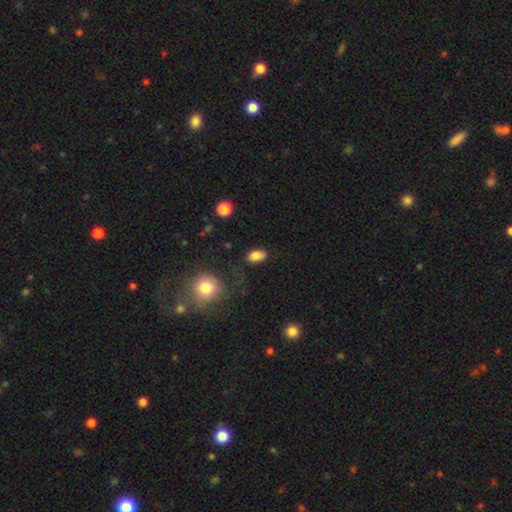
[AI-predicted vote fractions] A smooth galaxy with no disk features (84%) that is in between round and cigar-shaped (86%).

Vote fractions:
- Smooth or featured? smooth: 84% / star or artifact: 10% / featured or disk: 6%
- How rounded? in between: 86% / round: 12% / cigar-shaped: 2%
- Merging? none: 72% / minor disturbance: 18% / major disturbance: 6% / merger: 3%